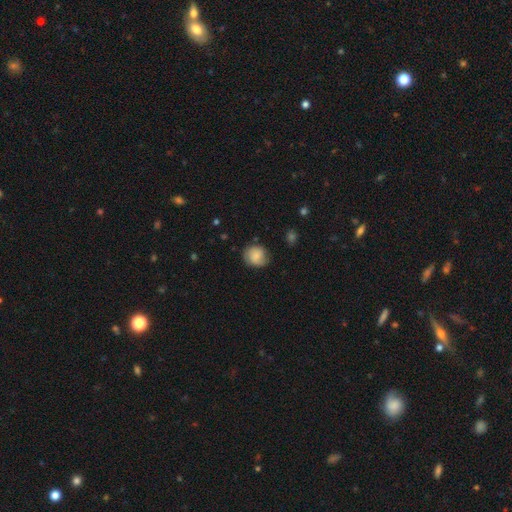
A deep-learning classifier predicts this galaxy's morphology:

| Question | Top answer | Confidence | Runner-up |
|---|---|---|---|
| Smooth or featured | smooth | 77% | featured or disk (15%) |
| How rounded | round | 78% | in between (21%) |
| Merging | none | 72% | minor disturbance (21%) |